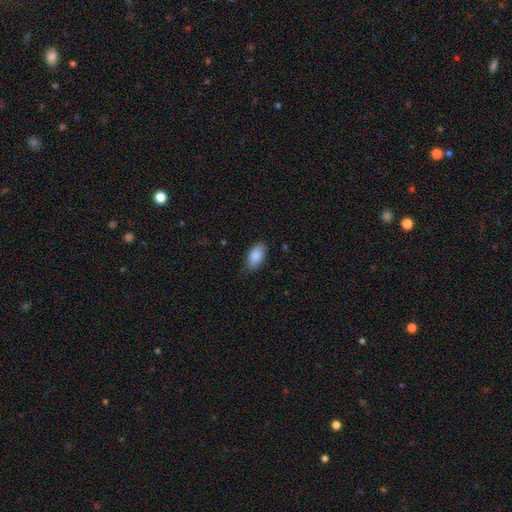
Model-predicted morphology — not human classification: smooth 89%, star or artifact 6%, featured or disk 5%. Down the decision tree: how rounded — in between (94%); merging — none (80%).